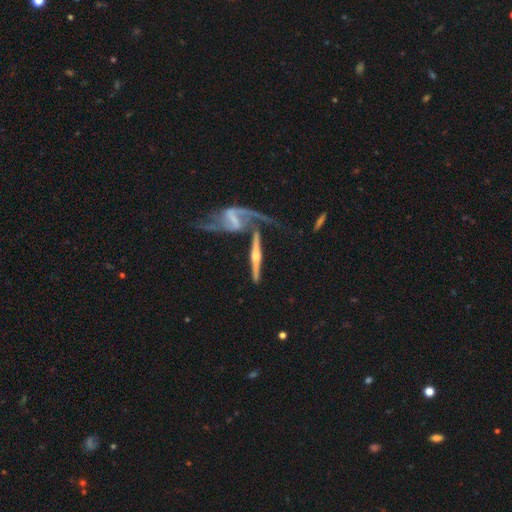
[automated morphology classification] This appears to be a featured or disk galaxy (82%) viewed edge-on (82%) with a rounded central bulge (87%). Merging: none (47%).